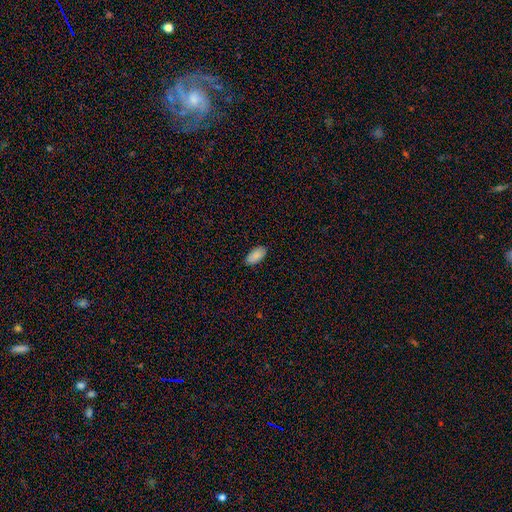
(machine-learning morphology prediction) Smooth or featured: smooth — 90% (star or artifact — 7%)
How rounded: in between — 94% (cigar-shaped — 4%)
Merging: none — 88% (minor disturbance — 9%)